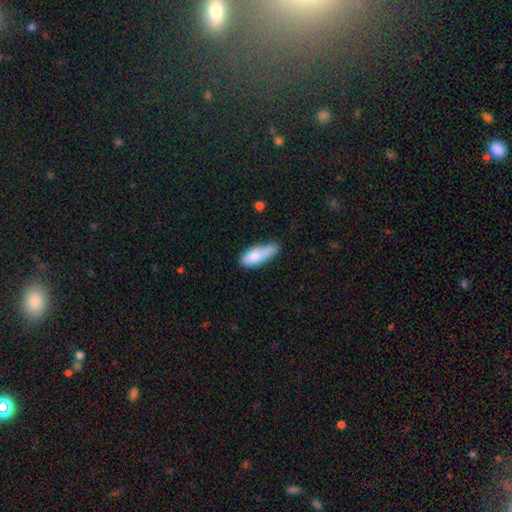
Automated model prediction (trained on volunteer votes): This is likely a smooth galaxy (80%). How rounded: likely in between (65%). Merging: marginally none (43%).